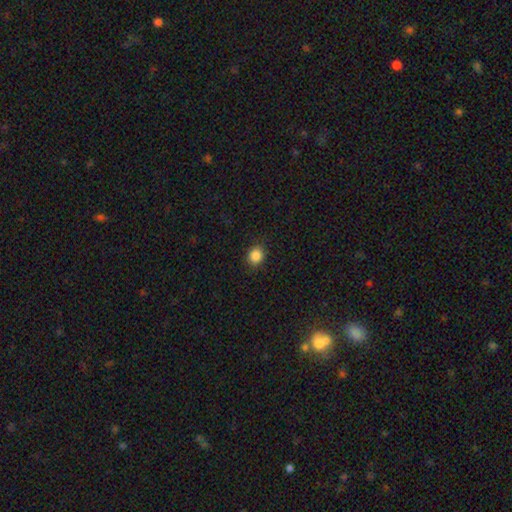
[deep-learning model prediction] This is clearly a smooth galaxy (87%). How rounded: likely round (74%). Merging: clearly none (89%).